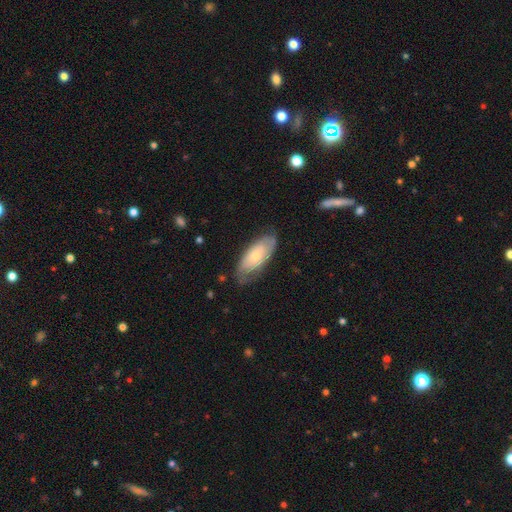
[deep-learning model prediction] This is possibly a smooth galaxy (55%). How rounded: clearly in between (85%). Merging: likely none (65%).